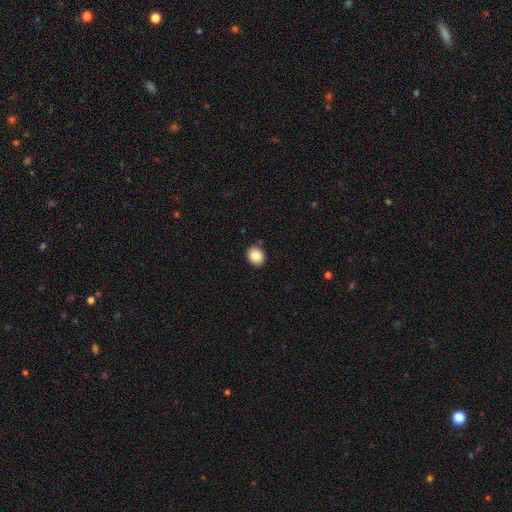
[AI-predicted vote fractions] Smooth or featured? Predicted: smooth (p=0.87). How rounded? Predicted: round (p=0.58). Merging? Predicted: none (p=0.86).